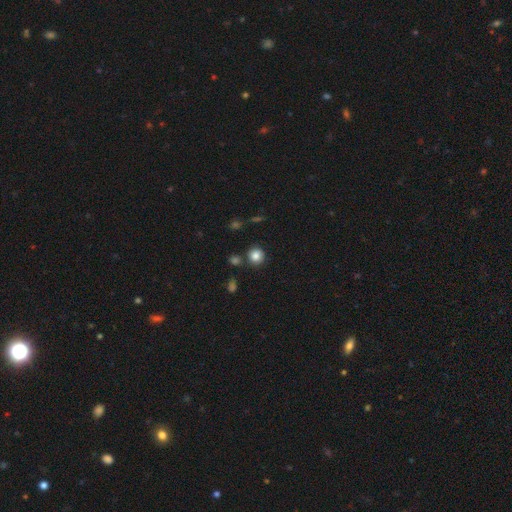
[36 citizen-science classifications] Smooth or featured? 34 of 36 (94%) said smooth. How rounded? 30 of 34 (88%) said round. Merging? 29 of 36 (81%) said none.